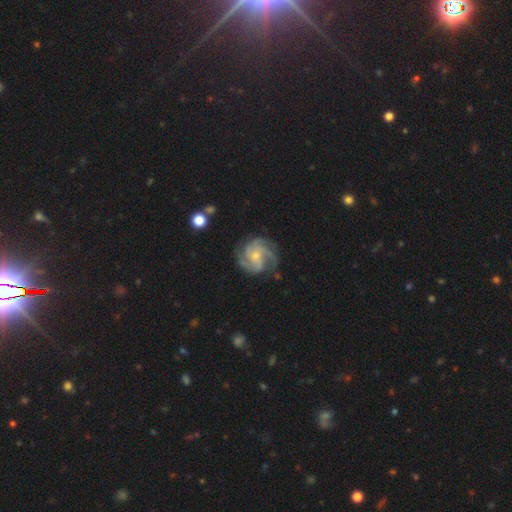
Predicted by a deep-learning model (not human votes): This is clearly a featured or disk galaxy (91%). It is clearly not viewed edge-on (98%). Bar: likely no (66%). Spiral arm pattern: clearly yes (98%). Spiral arm count: possibly 3 (48%). Spiral winding: possibly tight (50%). Central bulge: likely small (64%). Merging: likely none (77%).